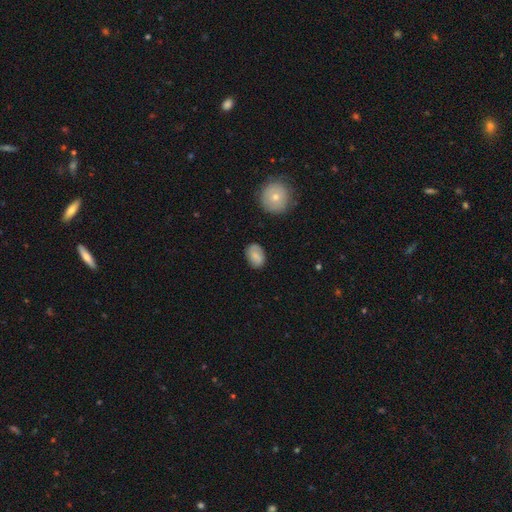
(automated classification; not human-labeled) smooth-or-featured: smooth: 76% | featured or disk: 16% | star or artifact: 8%
  how-rounded: in between: 82% | round: 16% | cigar-shaped: 1%
  merging: none: 81% | minor disturbance: 14% | major disturbance: 3% | merger: 2%